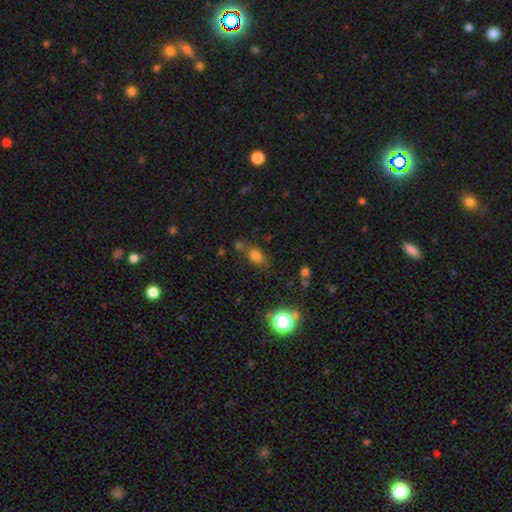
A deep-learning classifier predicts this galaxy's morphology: Q: Smooth or featured?
A: smooth (73%); runner-up: star or artifact (19%)
Q: How rounded?
A: in between (67%); runner-up: round (30%)
Q: Merging?
A: none (62%); runner-up: merger (16%)